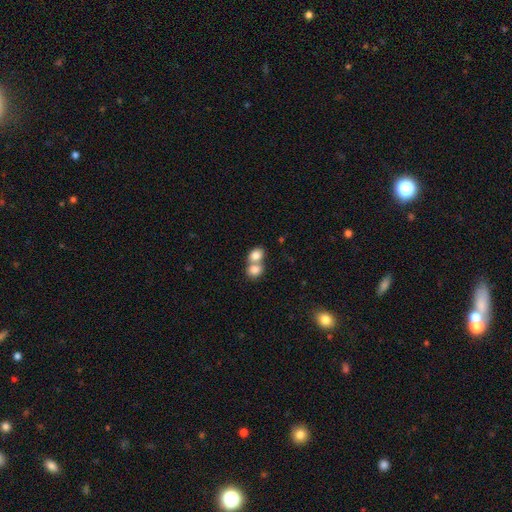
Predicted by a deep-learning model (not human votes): Q: Smooth or featured?
A: smooth (81%); runner-up: featured or disk (11%)
Q: How rounded?
A: in between (50%); runner-up: round (49%)
Q: Merging?
A: merger (68%); runner-up: none (24%)